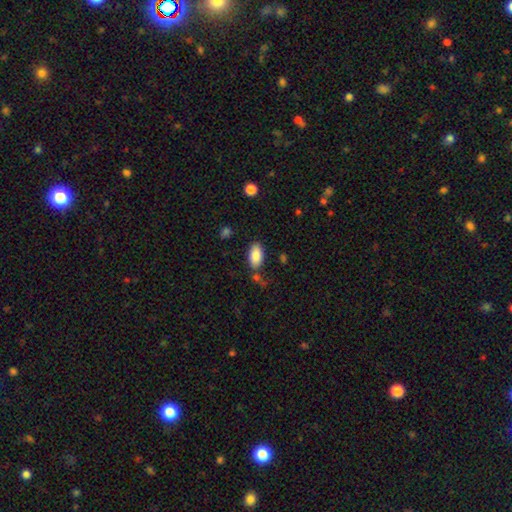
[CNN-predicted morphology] smooth_or_featured: smooth (p=0.86) [alt: star or artifact p=0.07]
how_rounded: in between (p=0.94) [alt: cigar-shaped p=0.03]
merging: none (p=0.75) [alt: minor disturbance p=0.14]